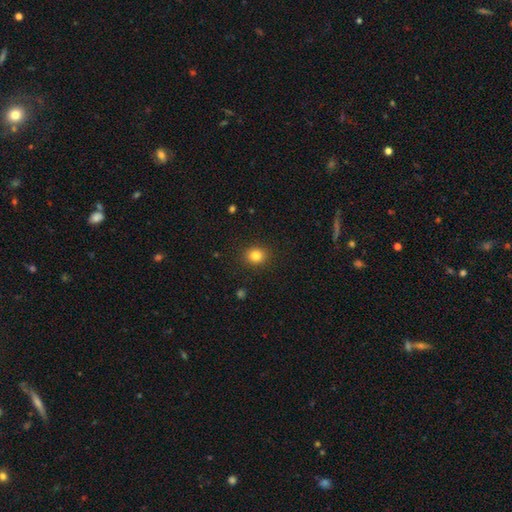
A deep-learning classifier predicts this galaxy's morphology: This appears to be a smooth galaxy with no disk features (83%) that is round (79%). Merging: none (90%).